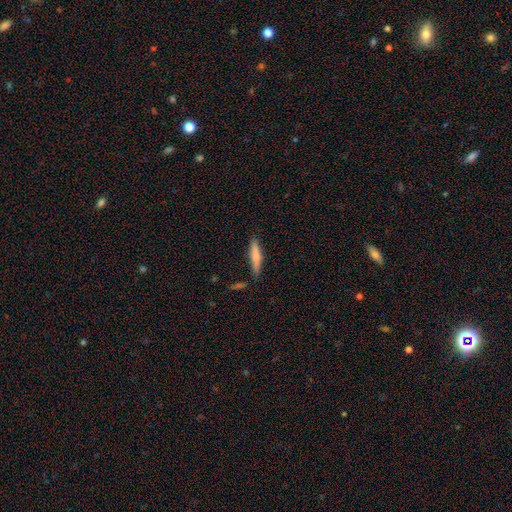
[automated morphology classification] Smooth or featured? Predicted: smooth (p=0.67). How rounded? Predicted: cigar-shaped (p=0.86). Merging? Predicted: none (p=0.81).